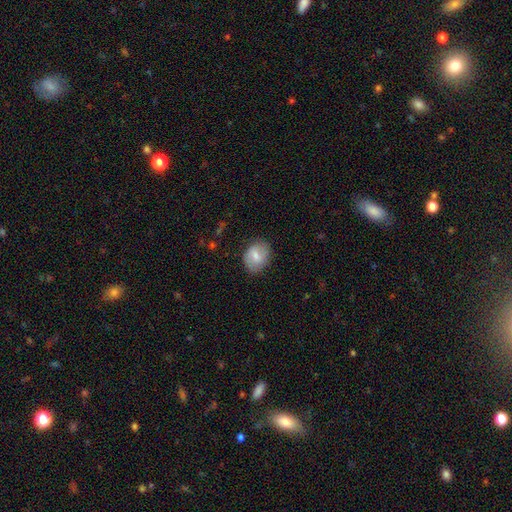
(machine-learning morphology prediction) type=smooth (63%); roundness=in between (57%); merging=none (79%).